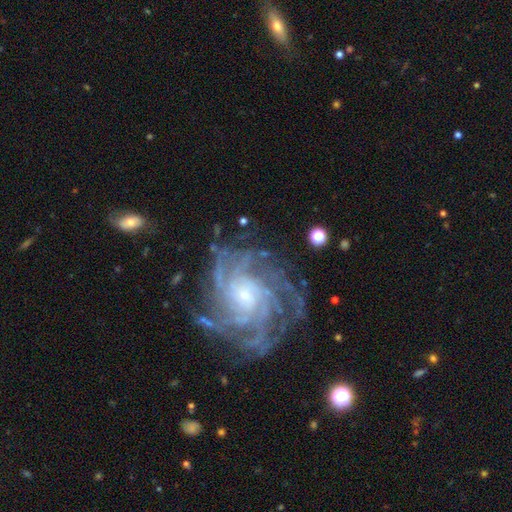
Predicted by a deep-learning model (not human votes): Smooth or featured? featured or disk (86%)
Edge-on disk? no (97%)
Bar? no (66%)
Spiral arms? yes (98%)
Spiral winding? tight (69%)
Spiral arm count? more than 4 (23%, tied with 4)
Bulge size? small (50%)
Merging? none (79%)